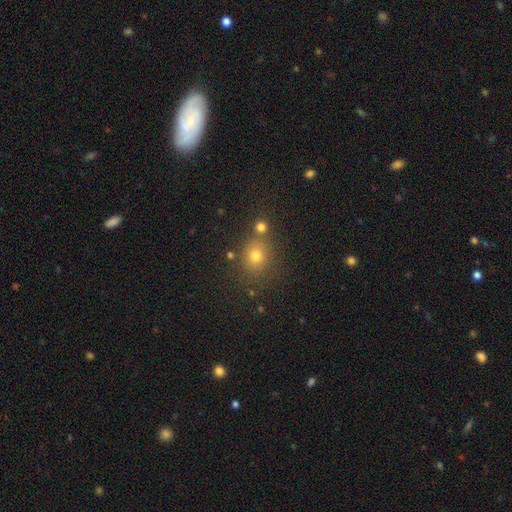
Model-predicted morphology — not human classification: The model was most divided on "smooth or featured": smooth: 67%, star or artifact: 23%, featured or disk: 10%. More confident: how rounded — round (72%); merging — none (71%).